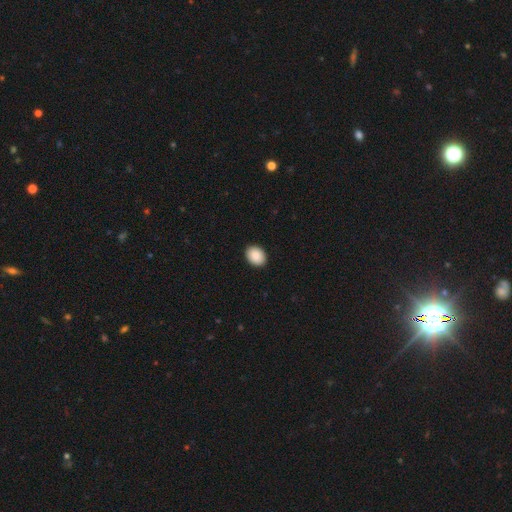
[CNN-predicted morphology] type=smooth (90%); roundness=in between (63%); merging=none (91%).